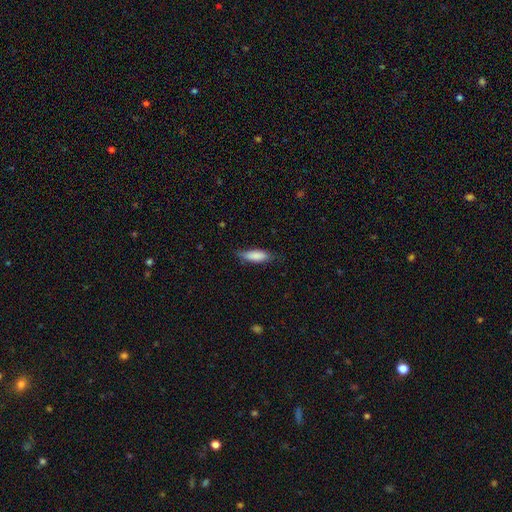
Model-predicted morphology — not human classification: Smooth or featured: smooth — 84% (featured or disk — 10%)
How rounded: in between — 58% (cigar-shaped — 40%)
Merging: none — 73% (minor disturbance — 21%)